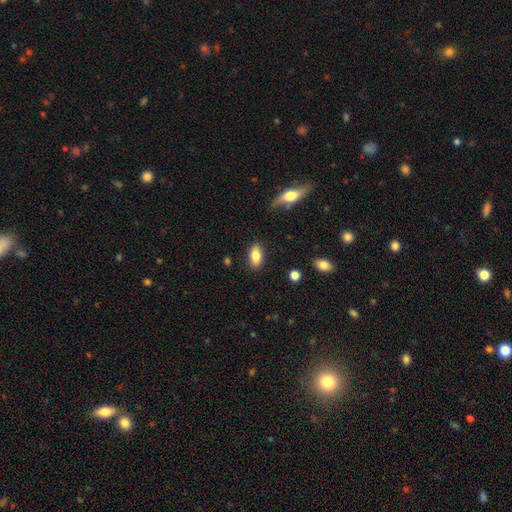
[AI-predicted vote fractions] This appears to be a smooth galaxy with no disk features (80%) that is in between round and cigar-shaped (89%). Merging: none (86%).